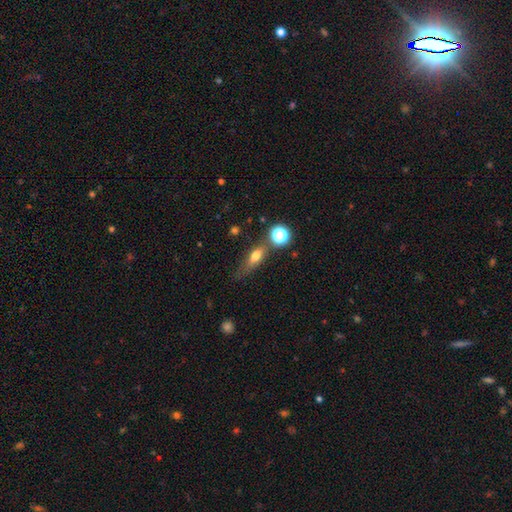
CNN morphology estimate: A smooth galaxy with no disk features (65%) that is in between round and cigar-shaped (56%). Merging: none (53%).